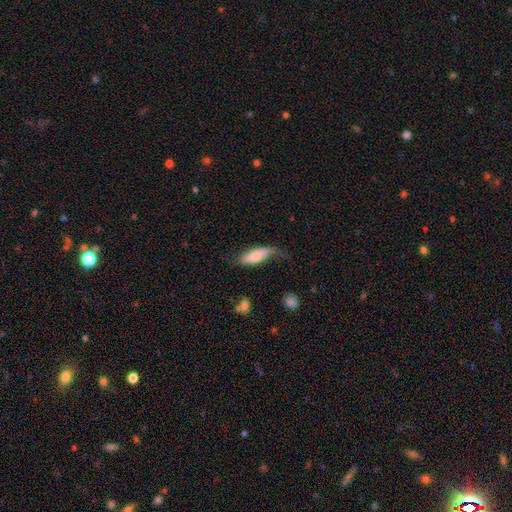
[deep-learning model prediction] This appears to be a smooth galaxy with no disk features (73%) that is in between round and cigar-shaped (67%). Merging: none (39%).